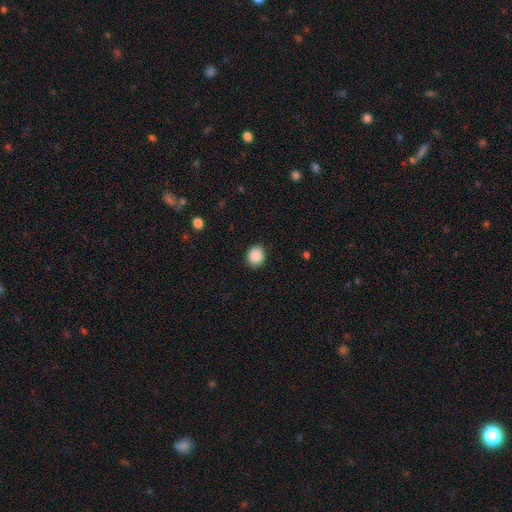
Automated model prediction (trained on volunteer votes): Overall: smooth (89%). How rounded: round (70%). Merging: none (90%).